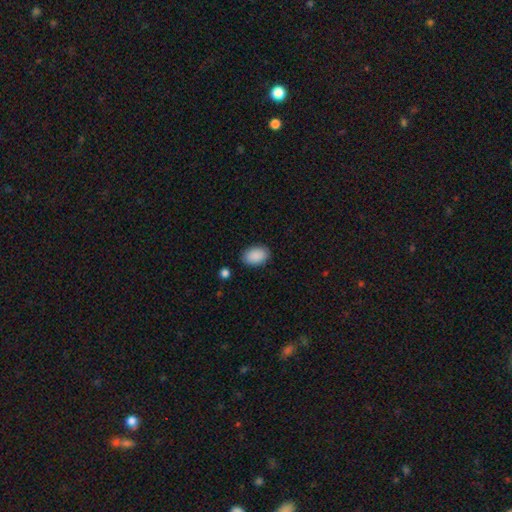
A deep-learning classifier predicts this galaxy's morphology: Smooth or featured? Predicted: smooth (p=0.90). How rounded? Predicted: in between (p=0.90). Merging? Predicted: none (p=0.87).